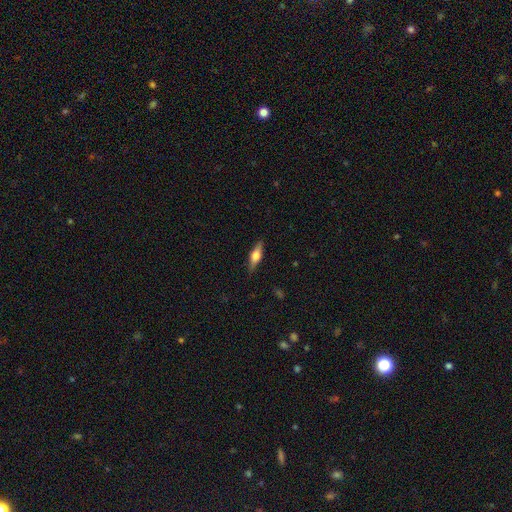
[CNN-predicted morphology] type=featured or disk (51%); edge-on=yes (93%); merging=none (87%).